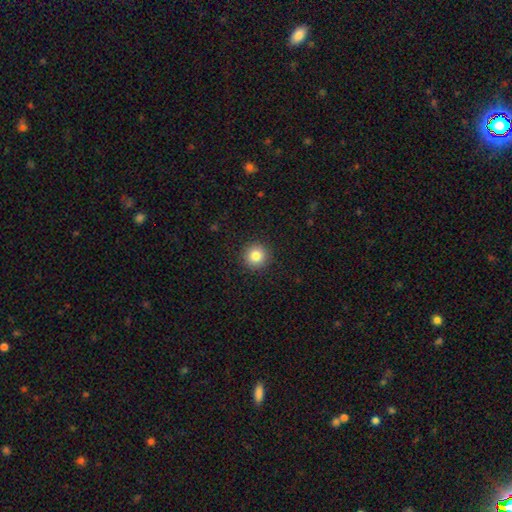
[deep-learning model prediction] Overall: smooth (84%). How rounded: round (95%). Merging: none (92%).